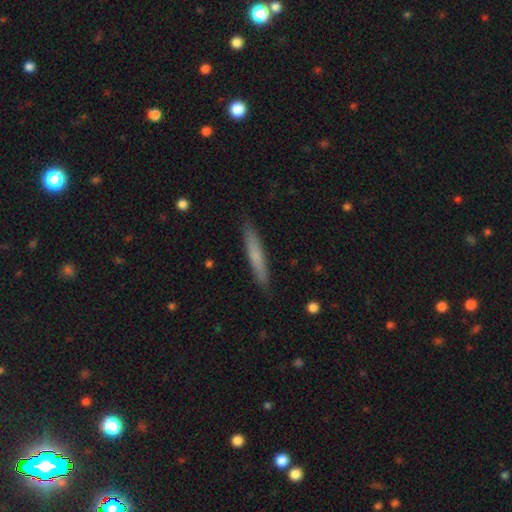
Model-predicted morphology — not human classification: This is likely a smooth galaxy (67%). How rounded: clearly cigar-shaped (95%). Merging: clearly none (90%).